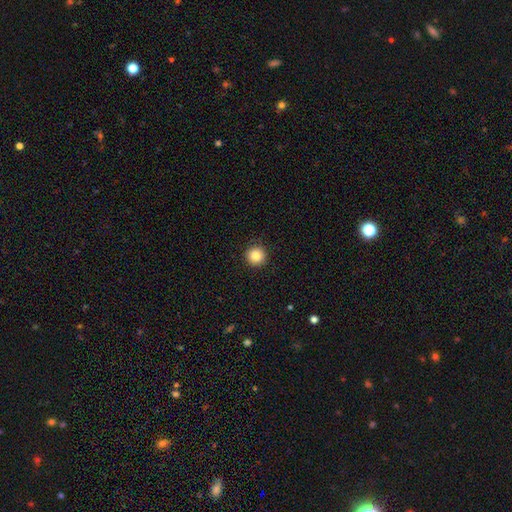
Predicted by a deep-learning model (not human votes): The model was most divided on "smooth or featured": smooth: 84%, star or artifact: 10%, featured or disk: 6%. More confident: how rounded — round (96%); merging — none (92%).